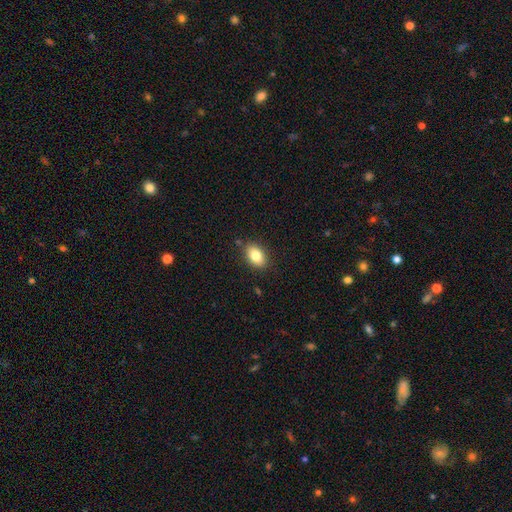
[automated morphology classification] smooth_or_featured: smooth (p=0.82) [alt: featured or disk p=0.10]
how_rounded: in between (p=0.86) [alt: round p=0.13]
merging: none (p=0.85) [alt: minor disturbance p=0.11]